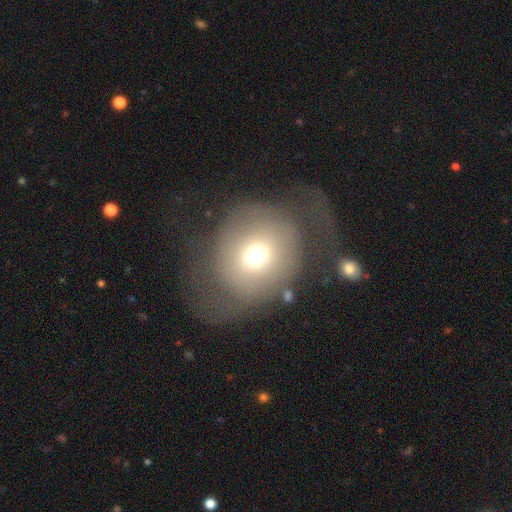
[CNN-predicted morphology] Smooth or featured? smooth (62%)
How rounded? round (84%)
Merging? major disturbance (40%)